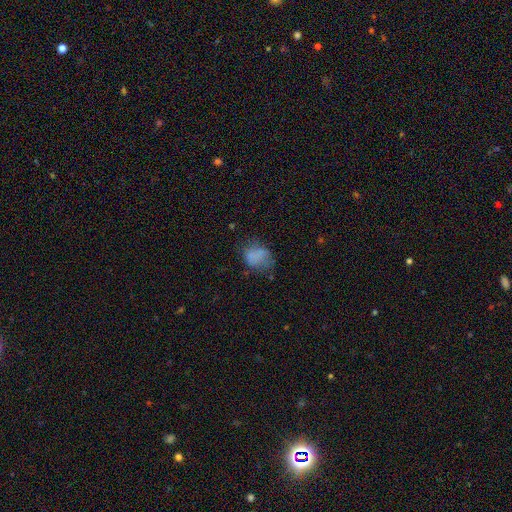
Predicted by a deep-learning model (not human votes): Smooth or featured: smooth — 70% (featured or disk — 17%)
How rounded: in between — 58% (round — 40%)
Merging: none — 43% (minor disturbance — 31%)